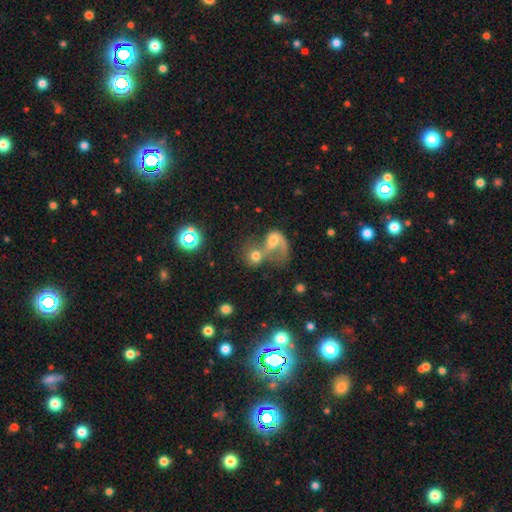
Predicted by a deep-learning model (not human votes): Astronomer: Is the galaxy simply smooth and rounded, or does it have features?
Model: smooth — 55% (runner-up: featured or disk, 33%).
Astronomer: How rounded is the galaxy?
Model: round — 65%.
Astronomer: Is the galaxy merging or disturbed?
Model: merger — 73%.